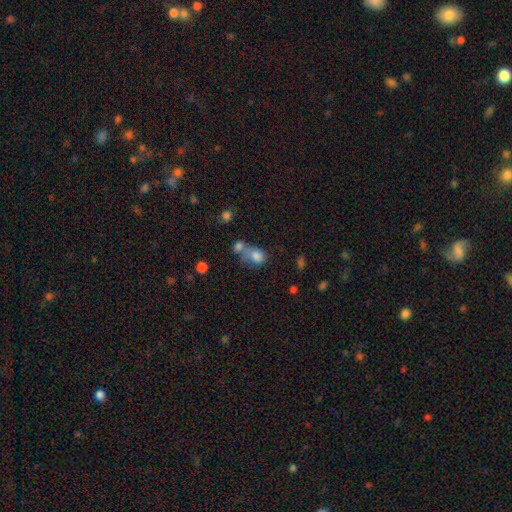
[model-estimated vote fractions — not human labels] A smooth galaxy with no disk features (79%) that is in between round and cigar-shaped (61%). Merging: merger (47%).